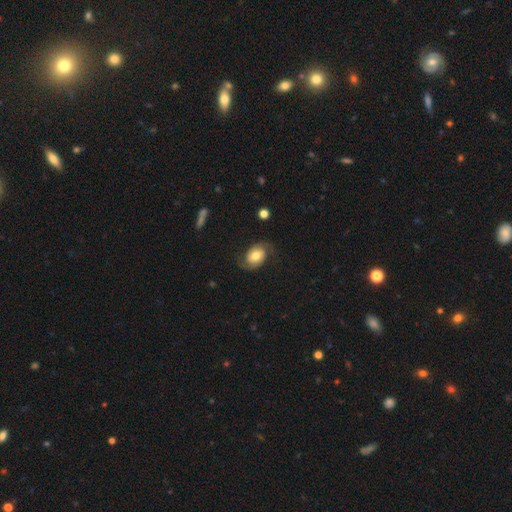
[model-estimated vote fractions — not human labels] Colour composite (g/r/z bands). It shows a featured or disk galaxy (69%) with no bar (62%), 2 (91%) medium (43%) spiral arms (91%) and a moderate central bulge (67%). Merging: none (74%).